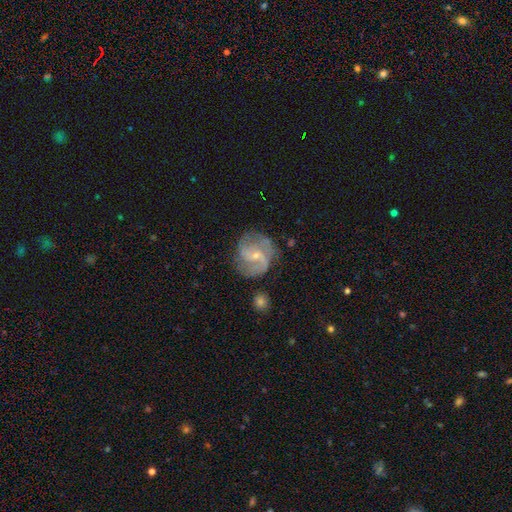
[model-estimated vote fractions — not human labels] A featured or disk galaxy (82%) with a weak bar (48%), 2 (57%) medium (50%) spiral arms (94%) and a small central bulge (72%).

Vote fractions:
- Smooth or featured? featured or disk: 82% / smooth: 12% / star or artifact: 6%
- Edge-on disk? no: 98% / yes: 2%
- Bar? weak: 48% / no: 39% / strong: 13%
- Spiral arms? yes: 94% / no: 6%
- Spiral winding? medium: 50% / tight: 26% / loose: 24%
- Spiral arm count? 2: 57% / 3: 16% / can't tell: 15% / 1: 4% / 4: 4% / more than 4: 3%
- Bulge size? small: 72% / moderate: 24% / none: 3% / large: 1% / dominant: 1%
- Merging? none: 68% / minor disturbance: 19% / major disturbance: 9% / merger: 3%